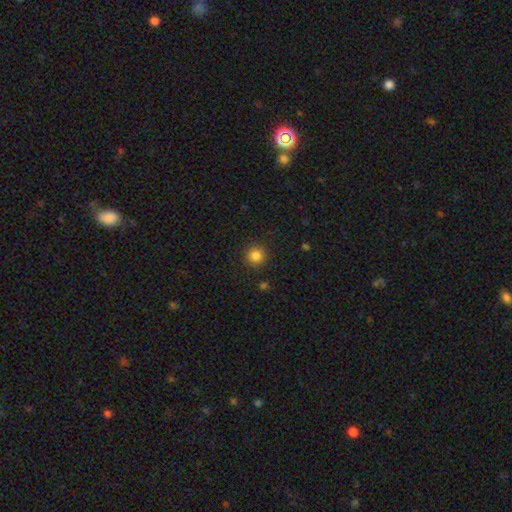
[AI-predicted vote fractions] A smooth galaxy with no disk features (84%) that is round (94%).

Vote fractions:
- Smooth or featured? smooth: 84% / star or artifact: 12% / featured or disk: 4%
- How rounded? round: 94% / in between: 5% / cigar-shaped: 1%
- Merging? none: 91% / minor disturbance: 6% / major disturbance: 2% / merger: 1%